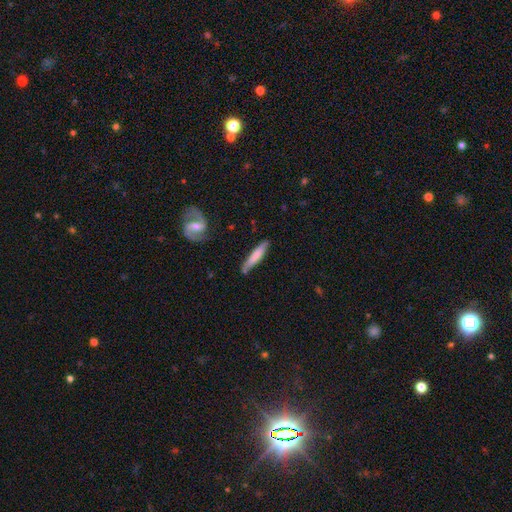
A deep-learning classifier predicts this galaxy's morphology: smooth_or_featured: smooth (p=0.67) [alt: featured or disk p=0.28]
how_rounded: cigar-shaped (p=0.90) [alt: in between p=0.09]
merging: none (p=0.78) [alt: minor disturbance p=0.16]